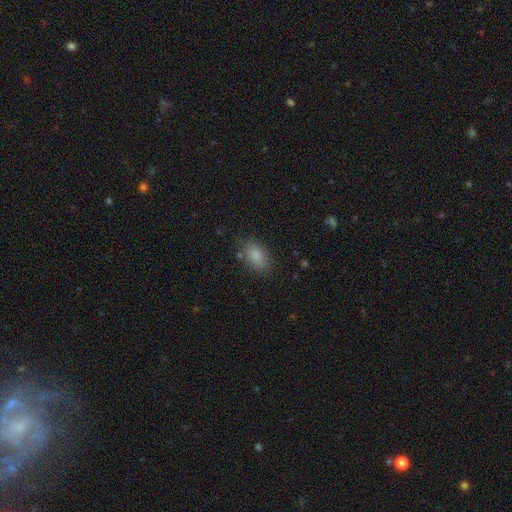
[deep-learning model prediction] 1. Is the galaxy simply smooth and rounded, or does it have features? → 85% smooth, 9% star or artifact, 6% featured or disk.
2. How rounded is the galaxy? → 89% in between, 9% round, 2% cigar-shaped.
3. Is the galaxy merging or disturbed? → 80% none, 14% minor disturbance, 4% major disturbance, 2% merger.